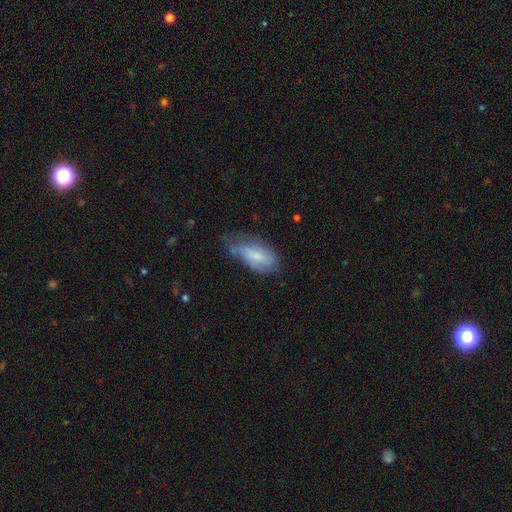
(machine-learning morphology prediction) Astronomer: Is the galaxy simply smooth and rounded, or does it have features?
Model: smooth — 69%.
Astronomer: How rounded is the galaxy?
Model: in between — 87%.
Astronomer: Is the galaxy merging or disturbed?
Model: minor disturbance — 41% (runner-up: none, 39%).